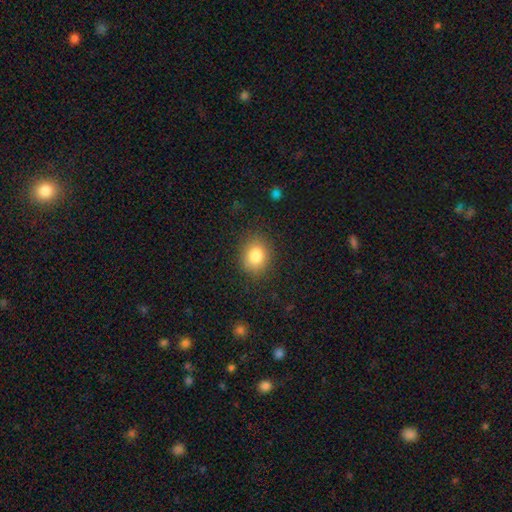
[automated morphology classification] smooth 83%, star or artifact 10%, featured or disk 7%. Down the decision tree: how rounded — round (57%); merging — none (86%).